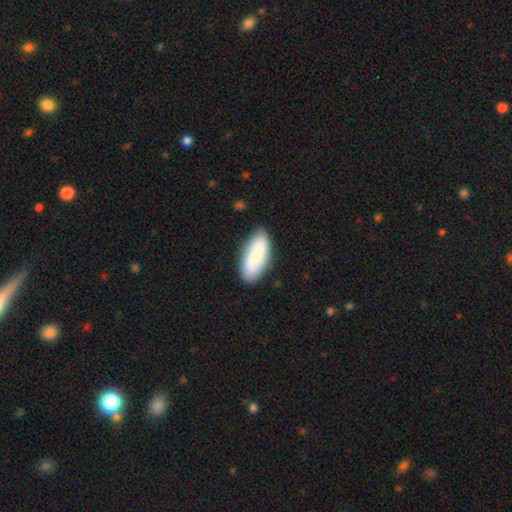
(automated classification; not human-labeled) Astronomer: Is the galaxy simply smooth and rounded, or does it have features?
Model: smooth — 82%.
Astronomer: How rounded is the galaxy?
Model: in between — 84%.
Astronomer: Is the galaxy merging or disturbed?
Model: none — 82%.